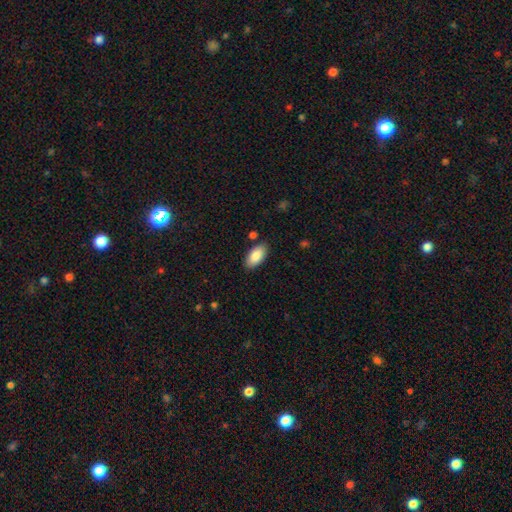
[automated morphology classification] Smooth or featured?
  - smooth: 87% *
  - featured or disk: 7%
  - star or artifact: 6%
How rounded?
  - in between: 94% *
  - cigar-shaped: 4%
  - round: 2%
Merging?
  - none: 85% *
  - minor disturbance: 10%
  - merger: 3%
  - major disturbance: 2%